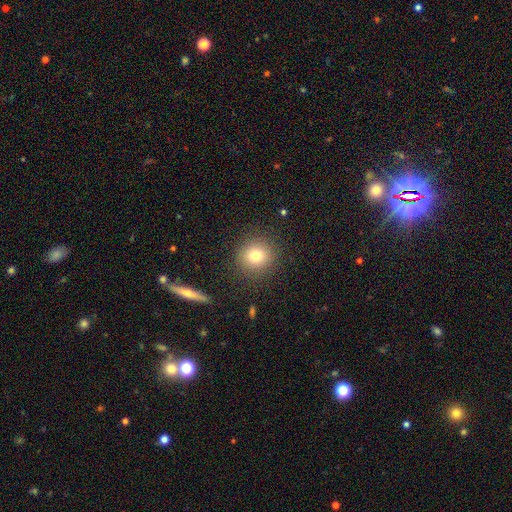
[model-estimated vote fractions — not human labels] Smooth or featured? Predicted: smooth (p=0.78). How rounded? Predicted: round (p=0.89). Merging? Predicted: none (p=0.88).